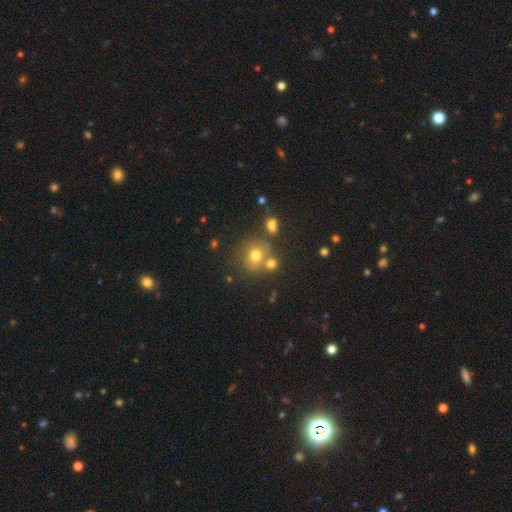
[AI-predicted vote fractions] A smooth galaxy with no disk features (70%) that is round (82%).

Vote fractions:
- Smooth or featured? smooth: 70% / star or artifact: 17% / featured or disk: 13%
- How rounded? round: 82% / in between: 17% / cigar-shaped: 1%
- Merging? none: 63% / merger: 21% / minor disturbance: 12% / major disturbance: 5%